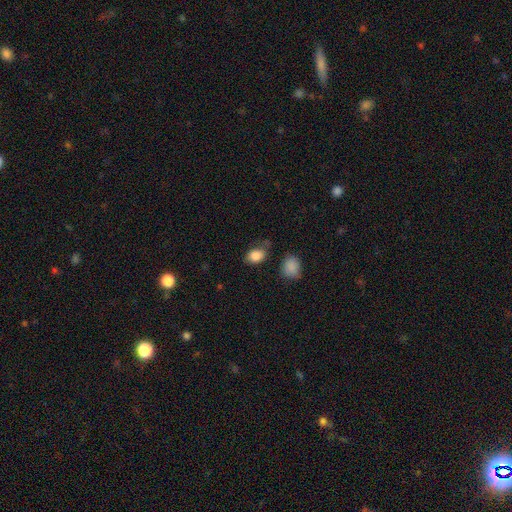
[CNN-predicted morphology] Smooth or featured?
  - smooth: 87% *
  - star or artifact: 8%
  - featured or disk: 5%
How rounded?
  - in between: 77% *
  - round: 22%
  - cigar-shaped: 1%
Merging?
  - none: 65% *
  - minor disturbance: 22%
  - major disturbance: 6%
  - merger: 6%